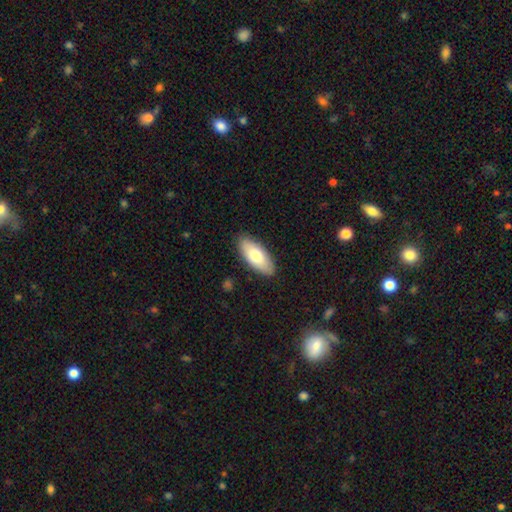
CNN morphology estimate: A smooth galaxy with no disk features (75%) that is in between round and cigar-shaped (86%).

Vote fractions:
- Smooth or featured? smooth: 75% / featured or disk: 19% / star or artifact: 5%
- How rounded? in between: 86% / cigar-shaped: 12% / round: 2%
- Merging? none: 88% / minor disturbance: 9% / major disturbance: 2% / merger: 1%